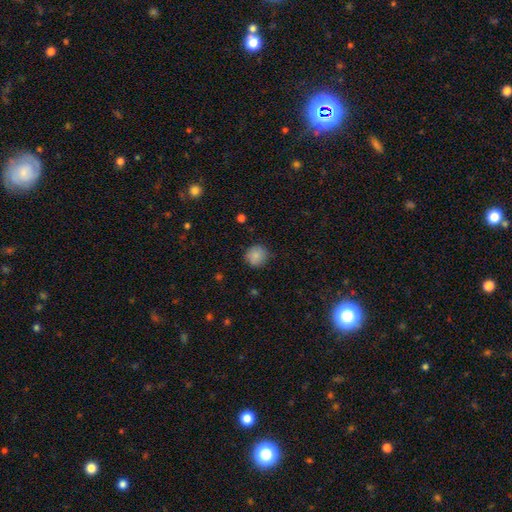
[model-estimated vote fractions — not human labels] Smooth or featured? smooth (86%)
How rounded? round (90%)
Merging? none (83%)